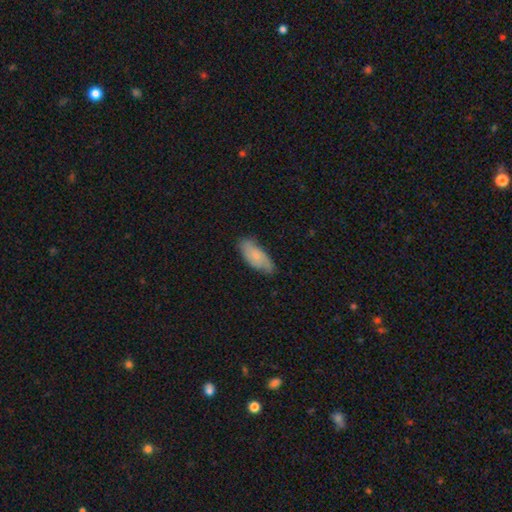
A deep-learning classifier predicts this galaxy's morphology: smooth-or-featured: smooth: 69% | featured or disk: 25% | star or artifact: 6%
  how-rounded: in between: 81% | cigar-shaped: 17% | round: 2%
  merging: none: 72% | minor disturbance: 23% | major disturbance: 4% | merger: 1%